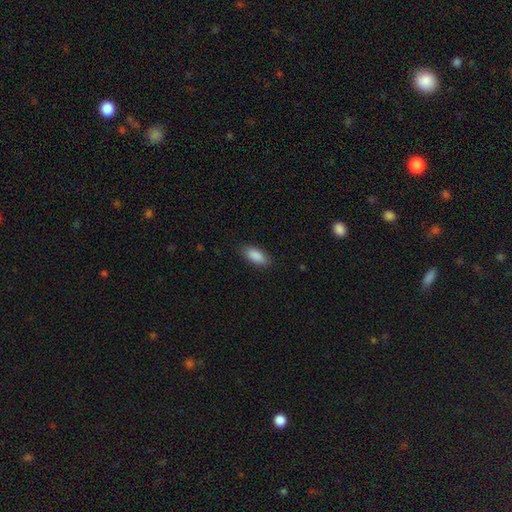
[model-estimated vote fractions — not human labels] Smooth or featured? Predicted: smooth (p=0.90). How rounded? Predicted: in between (p=0.85). Merging? Predicted: none (p=0.86).